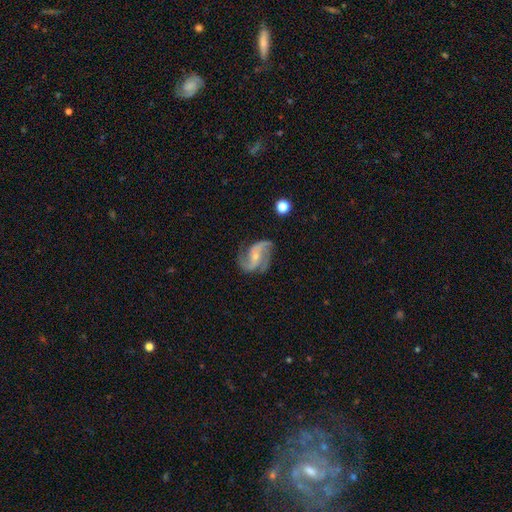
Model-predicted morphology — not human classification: A featured or disk galaxy (89%) with no bar (39%), 2 (69%) loose (49%) spiral arms (97%) and a small central bulge (66%).

Vote fractions:
- Smooth or featured? featured or disk: 89% / smooth: 6% / star or artifact: 5%
- Edge-on disk? no: 98% / yes: 2%
- Bar? no: 39% / weak: 37% / strong: 24%
- Spiral arms? yes: 97% / no: 3%
- Spiral winding? loose: 49% / medium: 40% / tight: 11%
- Spiral arm count? 2: 69% / 3: 19% / can't tell: 4% / 4: 3% / 1: 3% / more than 4: 2%
- Bulge size? small: 66% / moderate: 29% / none: 3% / large: 1% / dominant: 1%
- Merging? none: 71% / minor disturbance: 18% / major disturbance: 9% / merger: 2%